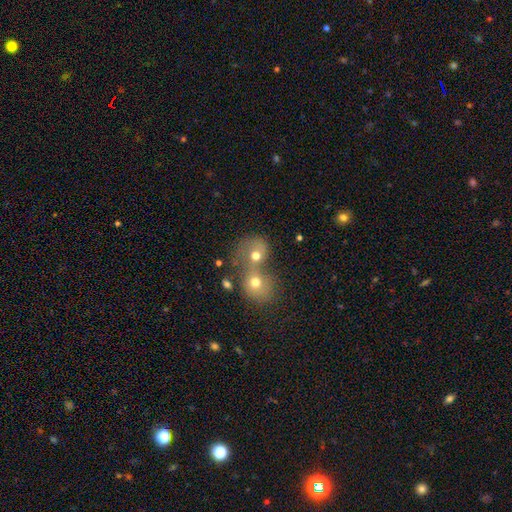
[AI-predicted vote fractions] A smooth galaxy with no disk features (66%) that is round (70%).

Vote fractions:
- Smooth or featured? smooth: 66% / featured or disk: 21% / star or artifact: 13%
- How rounded? round: 70% / in between: 29% / cigar-shaped: 1%
- Merging? merger: 73% / none: 17% / minor disturbance: 5% / major disturbance: 5%